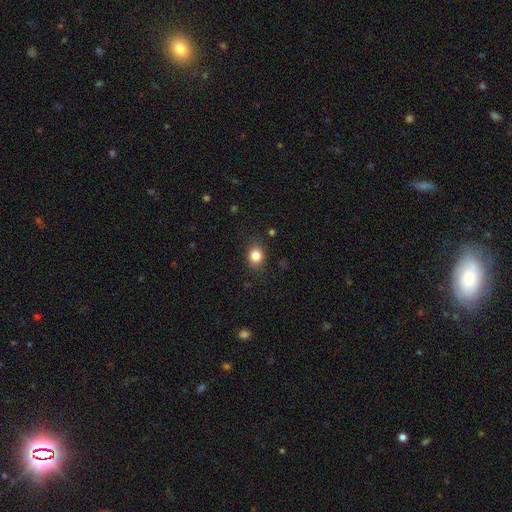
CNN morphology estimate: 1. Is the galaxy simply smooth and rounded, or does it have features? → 83% smooth, 11% star or artifact, 6% featured or disk.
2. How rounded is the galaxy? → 63% round, 36% in between, 1% cigar-shaped.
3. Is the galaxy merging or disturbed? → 84% none, 12% minor disturbance, 3% major disturbance, 1% merger.